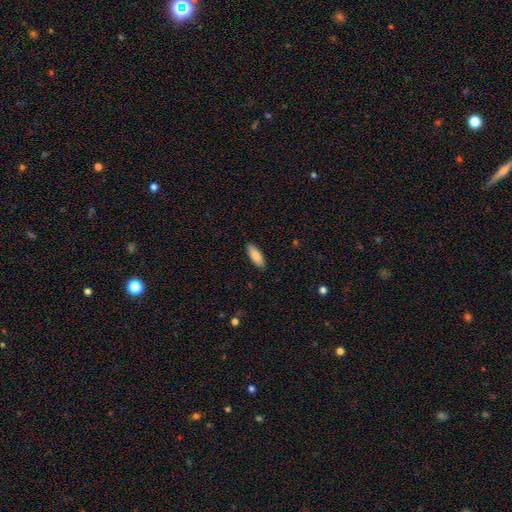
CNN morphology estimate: smooth_or_featured: smooth (p=0.85) [alt: featured or disk p=0.10]
how_rounded: in between (p=0.69) [alt: cigar-shaped p=0.30]
merging: none (p=0.89) [alt: minor disturbance p=0.08]